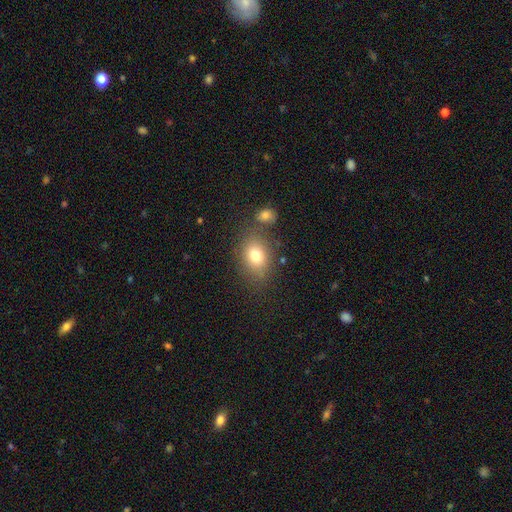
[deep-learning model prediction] Overall: smooth (76%). How rounded: in between (60%; round 38%). Merging: none (71%).